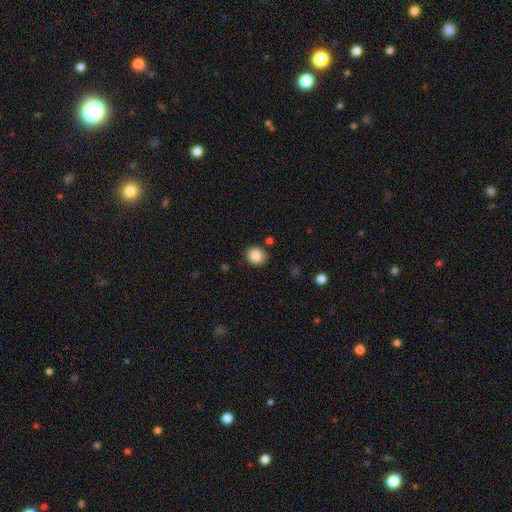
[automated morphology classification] type=smooth (86%); roundness=round (78%); merging=none (85%).